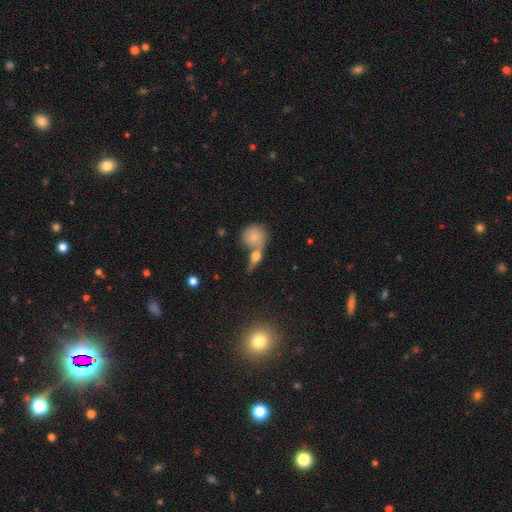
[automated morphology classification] A smooth galaxy with no disk features (57%) that is in between round and cigar-shaped (42%).

Vote fractions:
- Smooth or featured? smooth: 57% / featured or disk: 32% / star or artifact: 12%
- How rounded? in between: 42% / round: 36% / cigar-shaped: 22%
- Merging? none: 46% / merger: 39% / minor disturbance: 10% / major disturbance: 5%